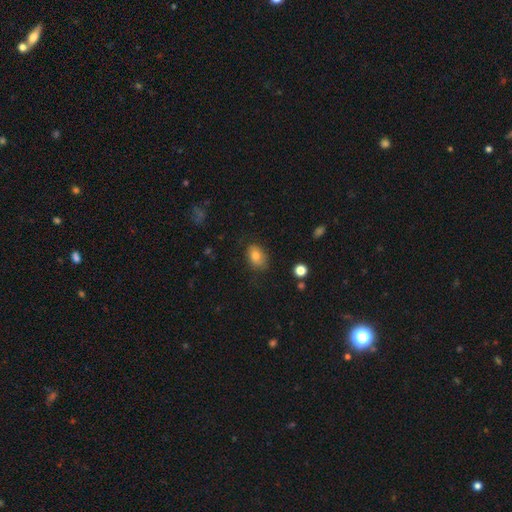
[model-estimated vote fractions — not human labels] Smooth or featured? smooth (79%)
How rounded? in between (82%)
Merging? none (75%)